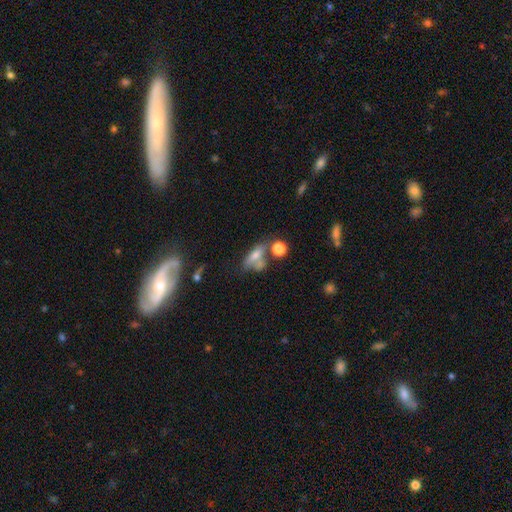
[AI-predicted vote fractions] Overall: smooth (59%; featured or disk 26%). How rounded: in between (68%). Merging: none (32%; merger 31%).